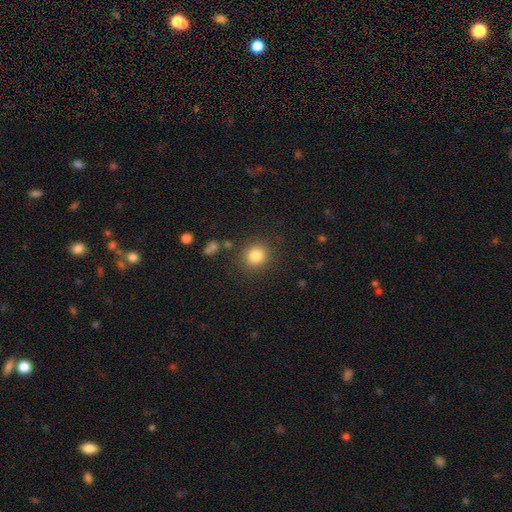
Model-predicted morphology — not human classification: type=smooth (83%); roundness=round (87%); merging=none (86%).